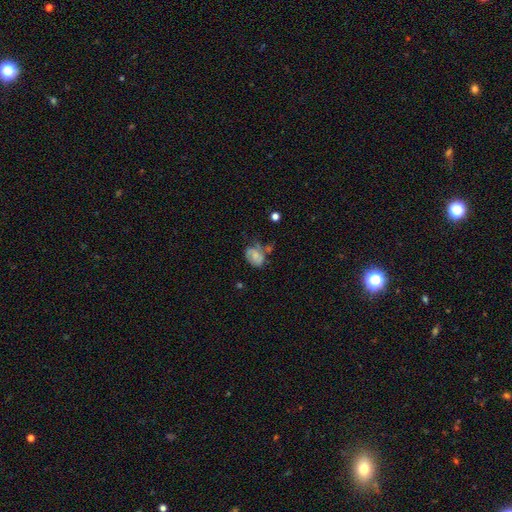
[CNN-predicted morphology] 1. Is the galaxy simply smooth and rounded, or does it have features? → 47% smooth, 43% featured or disk, 10% star or artifact.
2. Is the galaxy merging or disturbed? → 36% none, 31% minor disturbance, 19% major disturbance, 14% merger.